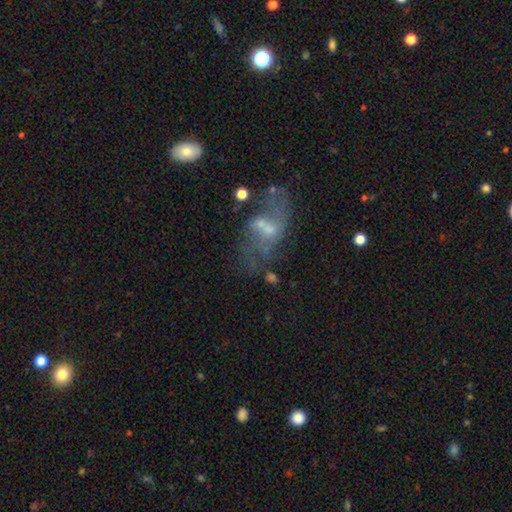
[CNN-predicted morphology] This appears to be a featured or disk galaxy (61%) with a weak bar (48%), spiral arms (63%) and a small central bulge (46%). Merging: none (55%).